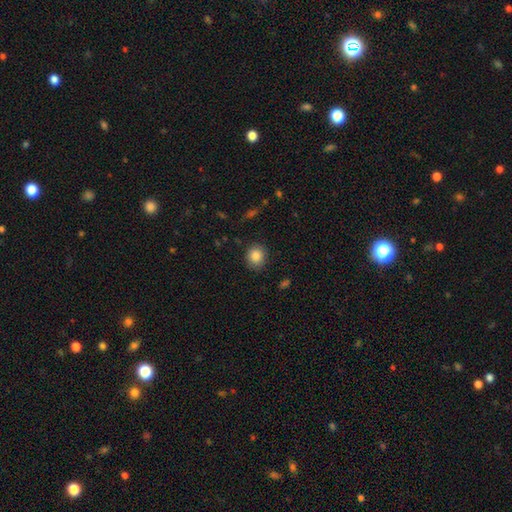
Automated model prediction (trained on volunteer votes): Smooth or featured? smooth (86%)
How rounded? round (76%)
Merging? none (86%)